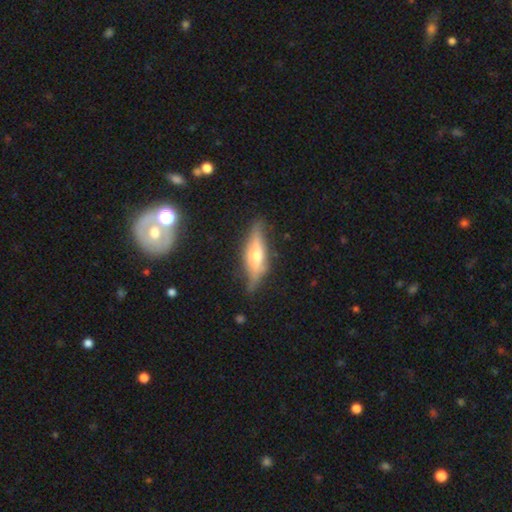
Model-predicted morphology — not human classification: Q: Smooth or featured?
A: featured or disk (61%); runner-up: smooth (32%)
Q: Edge-on disk?
A: yes (87%); runner-up: no (13%)
Q: Edge-on bulge?
A: rounded (83%); runner-up: boxy (11%)
Q: Merging?
A: none (74%); runner-up: minor disturbance (19%)